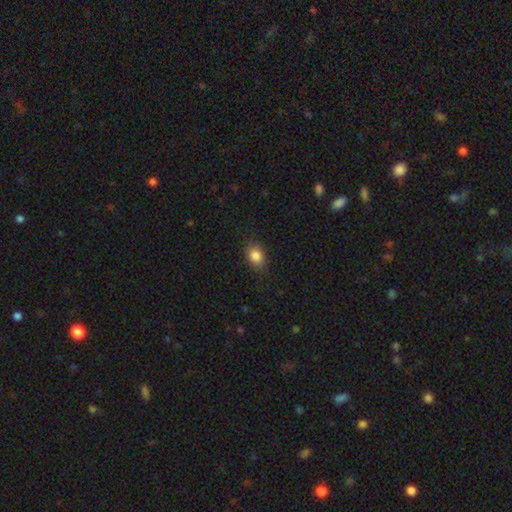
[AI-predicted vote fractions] A smooth galaxy with no disk features (86%) that is in between round and cigar-shaped (67%).

Vote fractions:
- Smooth or featured? smooth: 86% / star or artifact: 9% / featured or disk: 5%
- How rounded? in between: 67% / round: 32% / cigar-shaped: 1%
- Merging? none: 84% / minor disturbance: 12% / major disturbance: 3% / merger: 1%